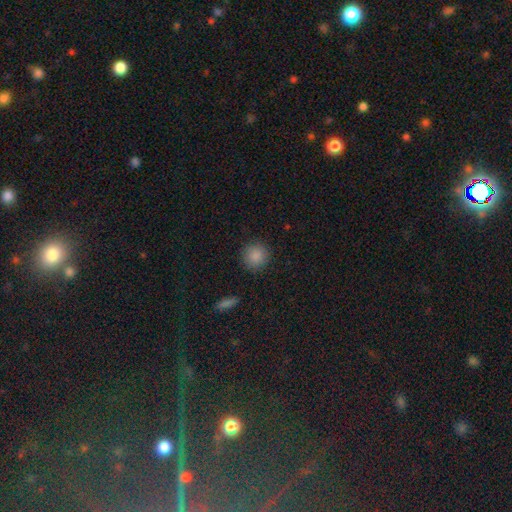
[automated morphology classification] Smooth or featured? Predicted: smooth (p=0.87). How rounded? Predicted: round (p=0.93). Merging? Predicted: none (p=0.89).